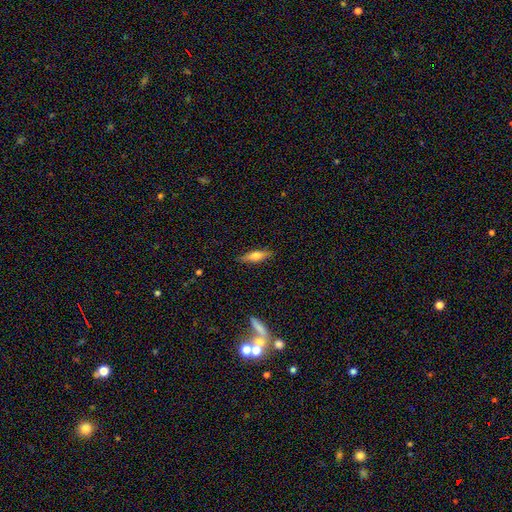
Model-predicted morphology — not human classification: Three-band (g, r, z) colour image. It shows a smooth galaxy with no disk features (63%) that is cigar-shaped (59%). Merging: none (86%).